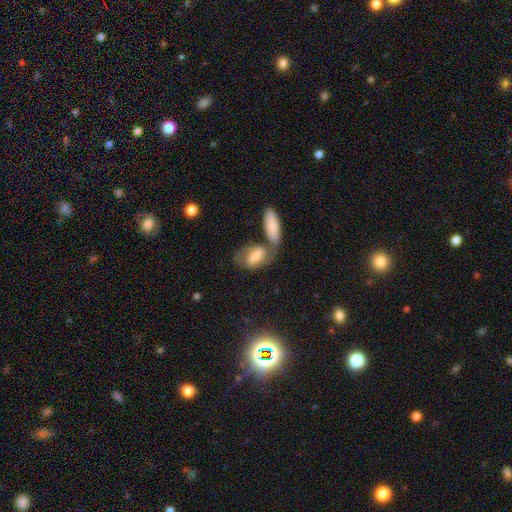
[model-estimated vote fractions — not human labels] Smooth or featured?
  - smooth: 51% *
  - featured or disk: 39%
  - star or artifact: 10%
How rounded?
  - in between: 81% *
  - cigar-shaped: 12%
  - round: 7%
Merging?
  - none: 39% *
  - merger: 36%
  - minor disturbance: 15%
  - major disturbance: 9%